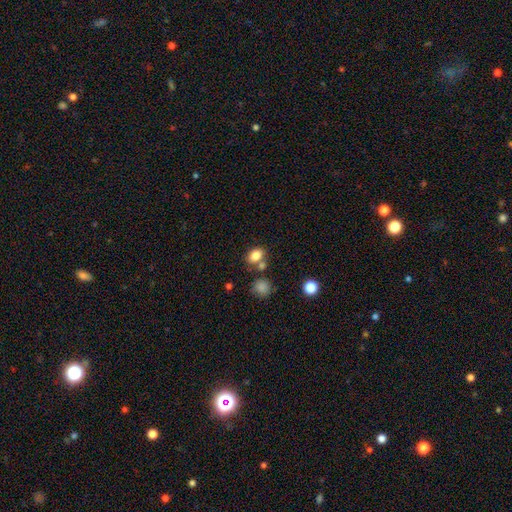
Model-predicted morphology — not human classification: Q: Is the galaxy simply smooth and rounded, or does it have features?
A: smooth — 82%.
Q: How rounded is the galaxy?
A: in between — 65%.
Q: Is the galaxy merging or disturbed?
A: none — 63%.